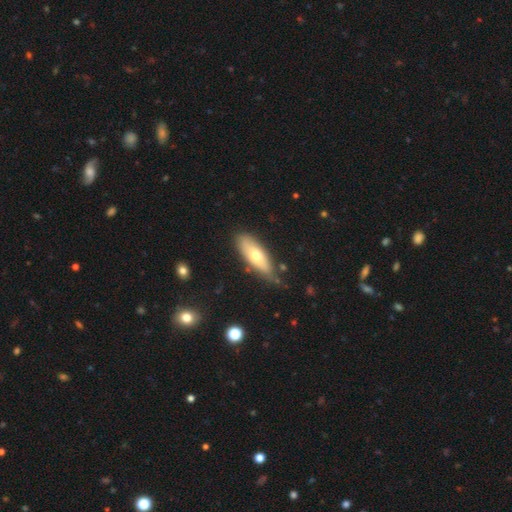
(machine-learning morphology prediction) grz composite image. It shows a smooth galaxy with no disk features (63%) that is in between round and cigar-shaped (63%). Merging: none (71%).